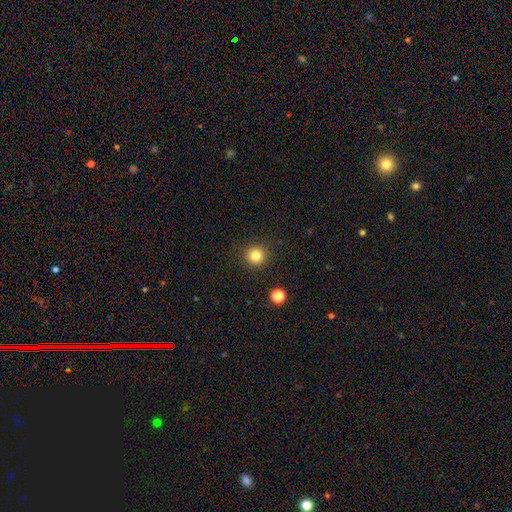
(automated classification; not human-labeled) Smooth or featured?
  - smooth: 82% *
  - star or artifact: 13%
  - featured or disk: 6%
How rounded?
  - round: 95% *
  - in between: 4%
  - cigar-shaped: 1%
Merging?
  - none: 91% *
  - minor disturbance: 5%
  - major disturbance: 2%
  - merger: 1%